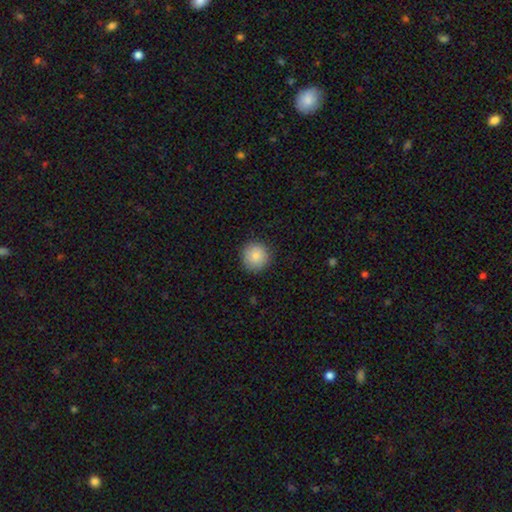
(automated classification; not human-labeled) A smooth galaxy with no disk features (85%) that is round (95%). Merging: none (90%).